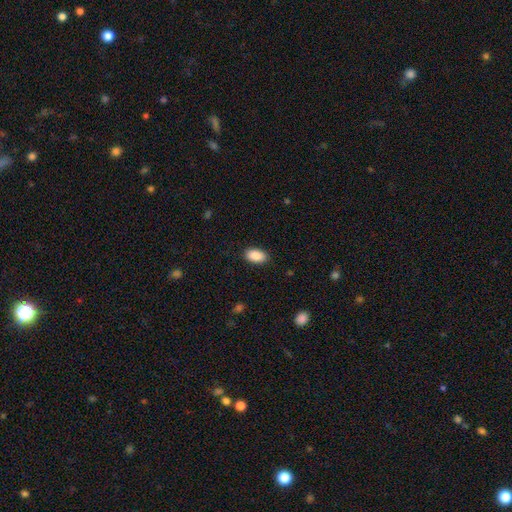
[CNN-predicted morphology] Smooth or featured? Predicted: smooth (p=0.90). How rounded? Predicted: in between (p=0.93). Merging? Predicted: none (p=0.88).